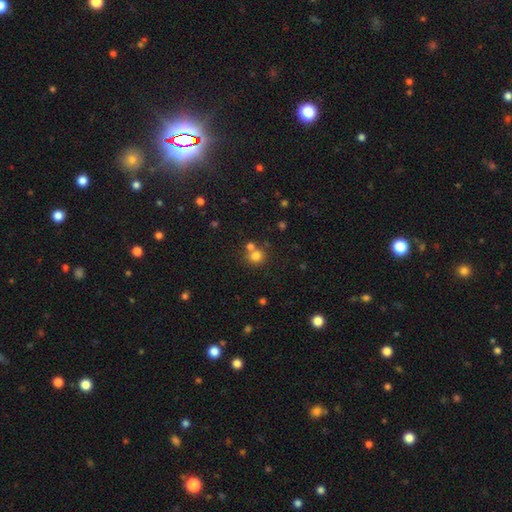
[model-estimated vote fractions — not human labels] Q: Smooth or featured?
A: smooth (77%); runner-up: star or artifact (15%)
Q: How rounded?
A: round (86%); runner-up: in between (13%)
Q: Merging?
A: none (57%); runner-up: merger (32%)